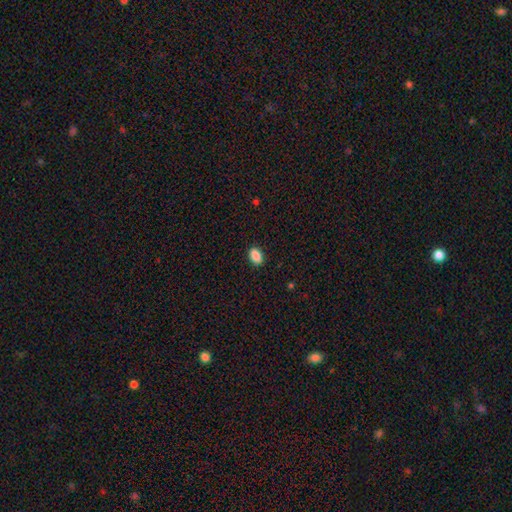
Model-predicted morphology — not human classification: Smooth or featured: smooth — 89% (star or artifact — 8%)
How rounded: in between — 89% (round — 9%)
Merging: none — 89% (minor disturbance — 8%)